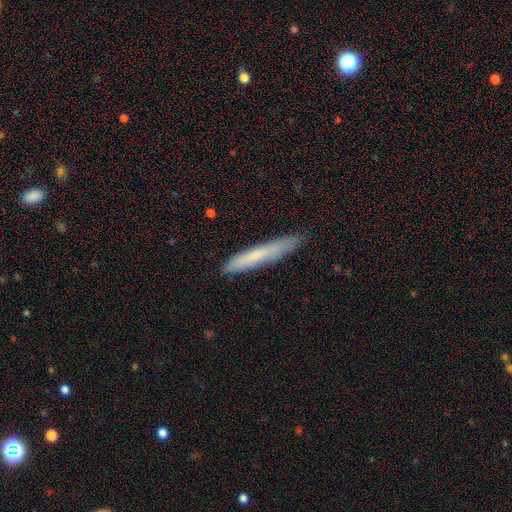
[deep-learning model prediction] A smooth galaxy with no disk features (67%) that is cigar-shaped (94%). Merging: none (80%).